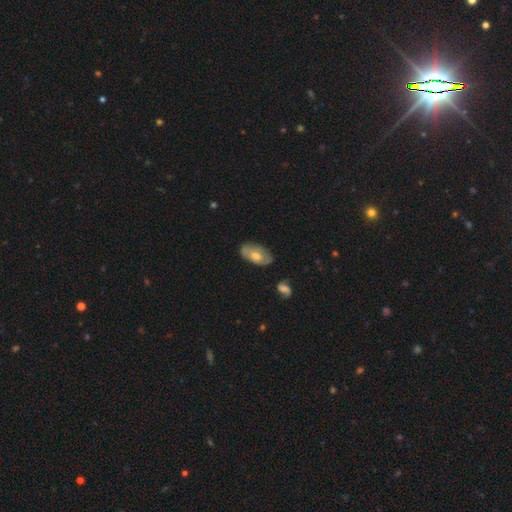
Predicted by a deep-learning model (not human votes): smooth-or-featured: smooth: 51% | featured or disk: 42% | star or artifact: 7%
  how-rounded: in between: 92% | round: 5% | cigar-shaped: 3%
  merging: none: 73% | minor disturbance: 21% | major disturbance: 4% | merger: 2%